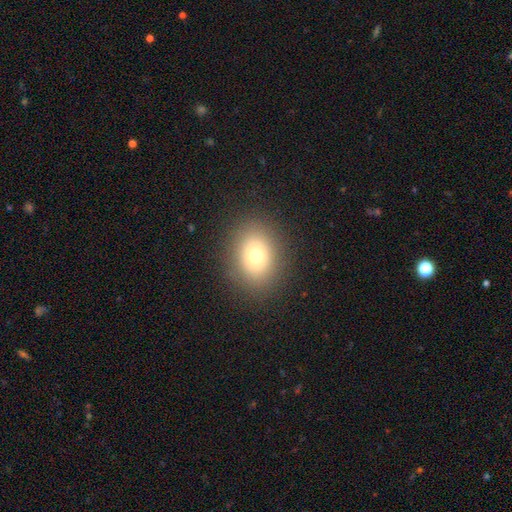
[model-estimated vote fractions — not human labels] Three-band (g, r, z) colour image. It shows a smooth galaxy with no disk features (73%) that is round (51%). Merging: none (87%).